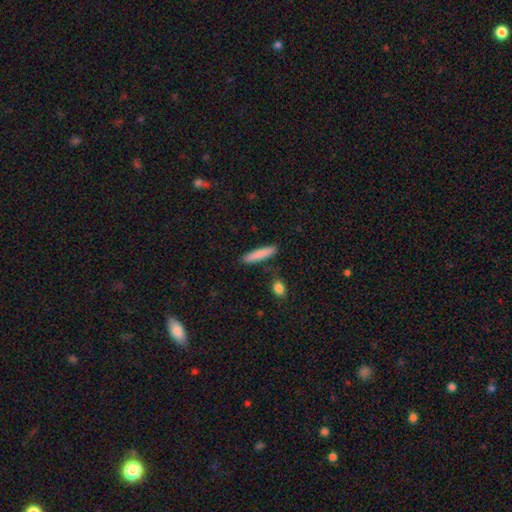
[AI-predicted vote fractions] Overall: smooth (84%). How rounded: cigar-shaped (88%). Merging: none (86%).